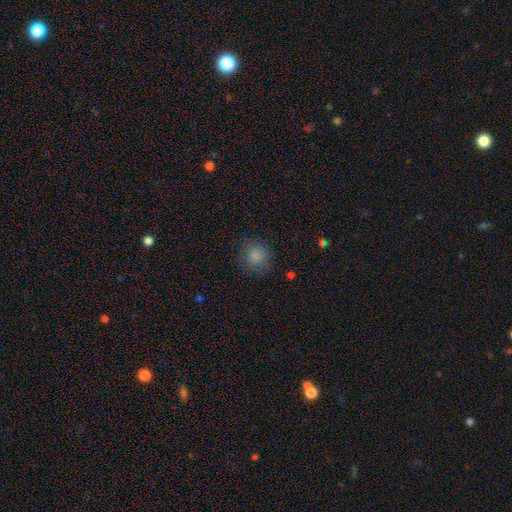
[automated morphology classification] A smooth galaxy with no disk features (84%) that is round (89%). Merging: none (81%).